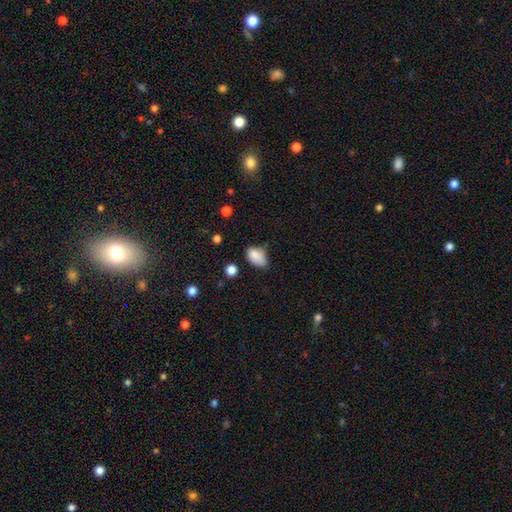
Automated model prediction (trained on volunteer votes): smooth 83%, star or artifact 9%, featured or disk 7%. Down the decision tree: how rounded — in between (83%); merging — none (45%).